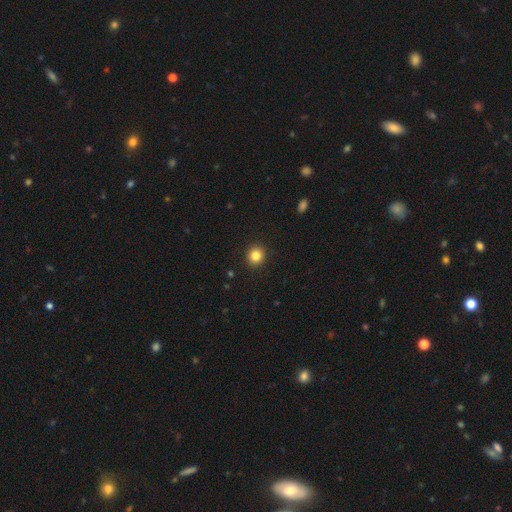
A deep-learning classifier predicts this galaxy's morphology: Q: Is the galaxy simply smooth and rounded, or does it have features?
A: smooth — 84%.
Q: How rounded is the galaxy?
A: round — 89%.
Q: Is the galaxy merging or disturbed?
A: none — 92%.